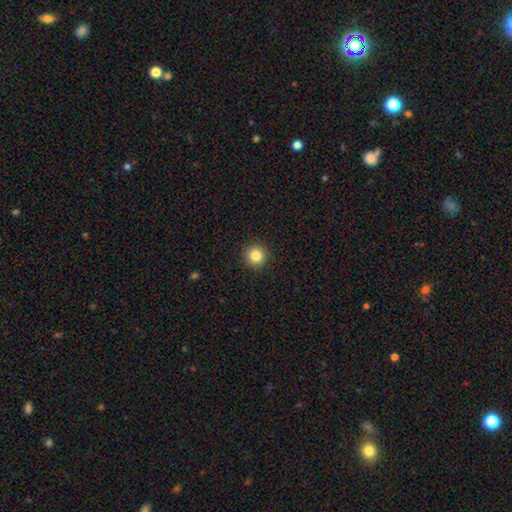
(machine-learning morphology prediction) This is clearly a smooth galaxy (85%). How rounded: clearly round (95%). Merging: clearly none (93%).